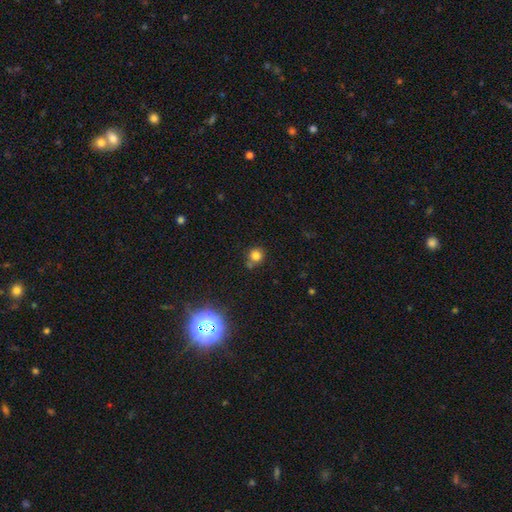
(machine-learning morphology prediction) Smooth or featured? Predicted: smooth (p=0.79). How rounded? Predicted: round (p=0.90). Merging? Predicted: none (p=0.70).